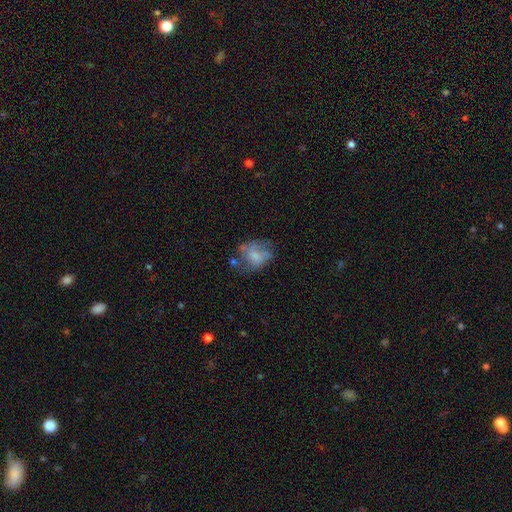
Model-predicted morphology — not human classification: smooth_or_featured: smooth (p=0.53) [alt: featured or disk p=0.37]
how_rounded: in between (p=0.54) [alt: round p=0.45]
merging: none (p=0.41) [alt: minor disturbance p=0.26]